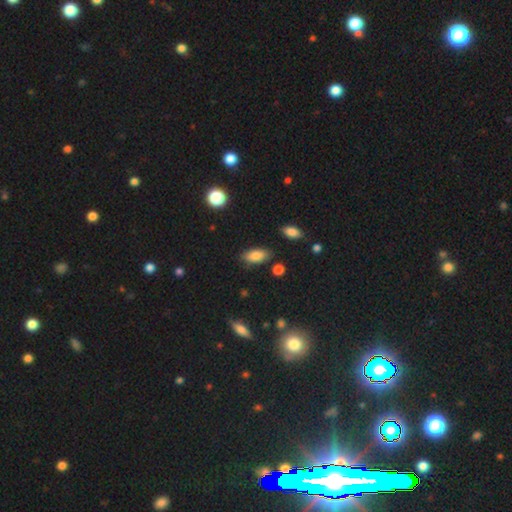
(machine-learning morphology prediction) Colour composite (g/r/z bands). It shows a smooth galaxy with no disk features (84%) that is in between round and cigar-shaped (89%). Merging: none (82%).